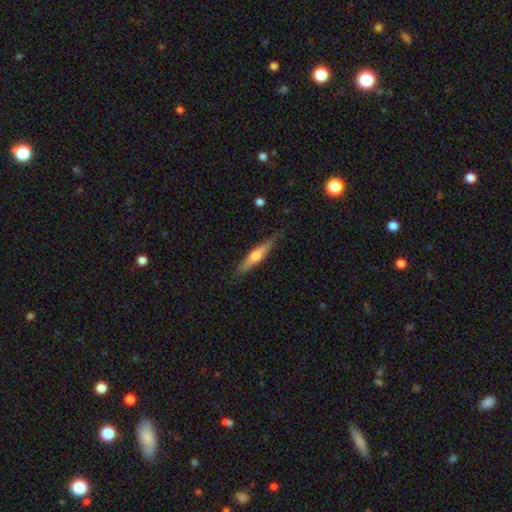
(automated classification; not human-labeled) This is possibly a featured or disk galaxy (52%). It is clearly viewed edge-on (94%). Merging: clearly none (82%).